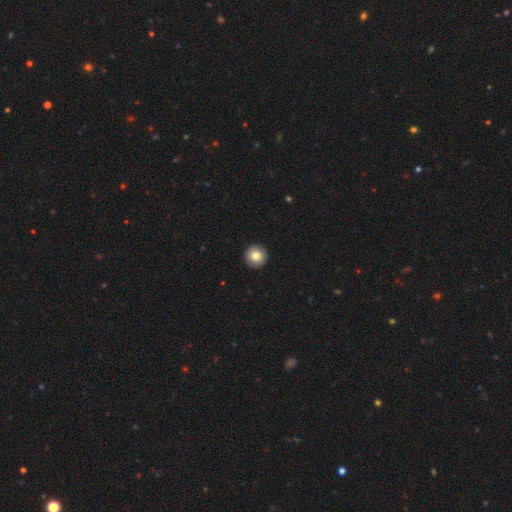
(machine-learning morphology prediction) A smooth galaxy with no disk features (82%) that is round (96%).

Vote fractions:
- Smooth or featured? smooth: 82% / featured or disk: 9% / star or artifact: 8%
- How rounded? round: 96% / in between: 3% / cigar-shaped: 1%
- Merging? none: 93% / minor disturbance: 4% / major disturbance: 1% / merger: 1%